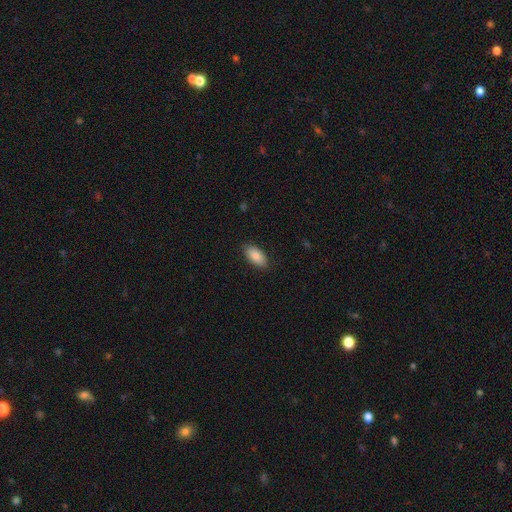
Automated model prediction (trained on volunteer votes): A smooth galaxy with no disk features (84%) that is in between round and cigar-shaped (93%).

Vote fractions:
- Smooth or featured? smooth: 84% / featured or disk: 10% / star or artifact: 7%
- How rounded? in between: 93% / cigar-shaped: 4% / round: 3%
- Merging? none: 88% / minor disturbance: 9% / major disturbance: 2% / merger: 1%